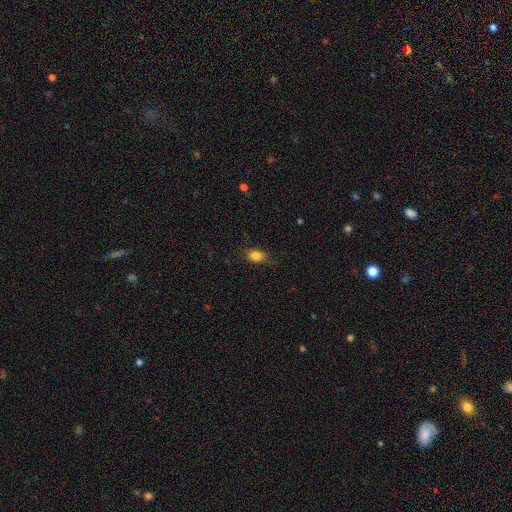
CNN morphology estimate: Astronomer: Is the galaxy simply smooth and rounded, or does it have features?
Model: smooth — 84%.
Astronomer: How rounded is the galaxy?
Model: in between — 71%.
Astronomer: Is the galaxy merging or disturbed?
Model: none — 75%.